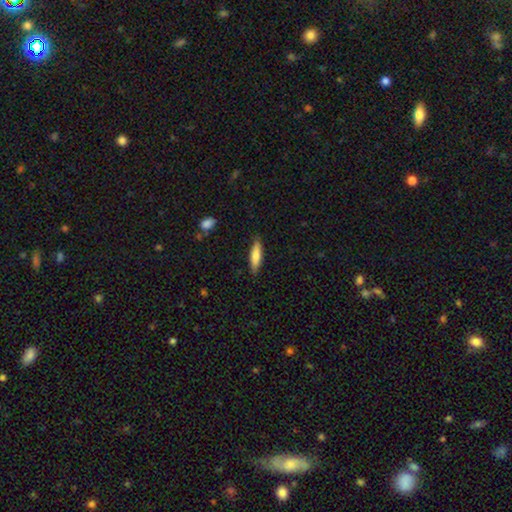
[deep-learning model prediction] This appears to be a smooth galaxy with no disk features (73%) that is cigar-shaped (72%). Merging: none (86%).